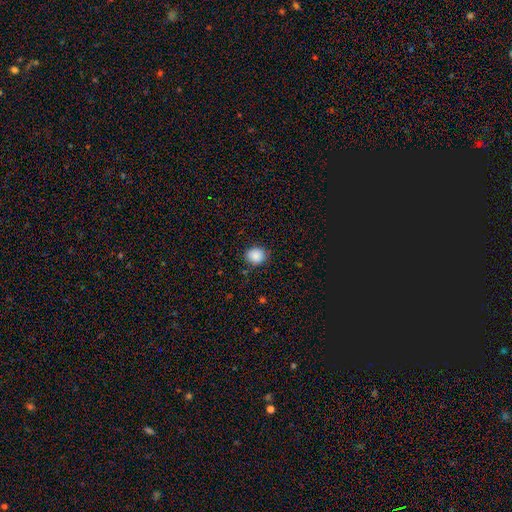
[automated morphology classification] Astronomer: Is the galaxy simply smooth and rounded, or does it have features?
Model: smooth — 86%.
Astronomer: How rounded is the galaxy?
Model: round — 72%.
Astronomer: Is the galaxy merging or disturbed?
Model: none — 84%.